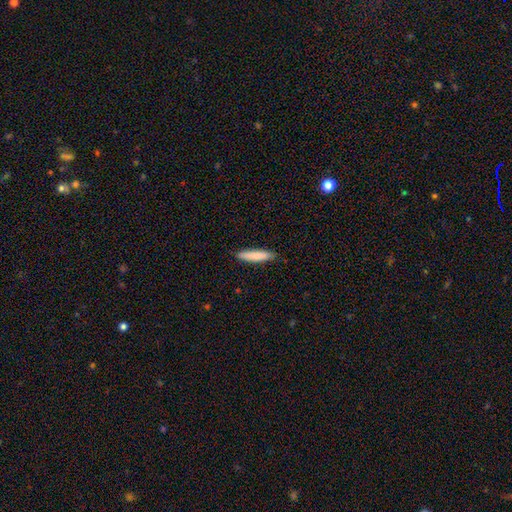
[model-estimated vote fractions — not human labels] A smooth galaxy with no disk features (84%) that is cigar-shaped (87%).

Vote fractions:
- Smooth or featured? smooth: 84% / featured or disk: 11% / star or artifact: 6%
- How rounded? cigar-shaped: 87% / in between: 12% / round: 1%
- Merging? none: 88% / minor disturbance: 10% / major disturbance: 2% / merger: 1%